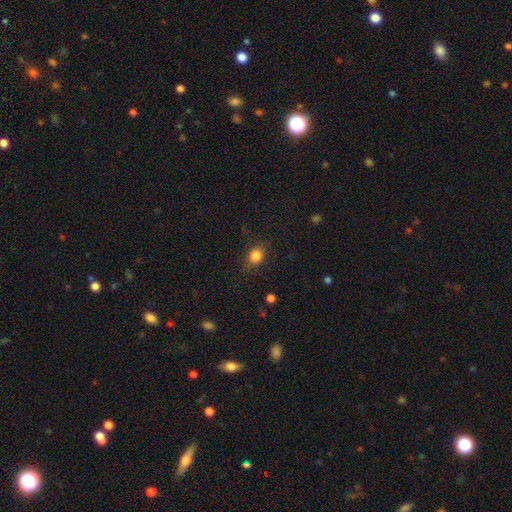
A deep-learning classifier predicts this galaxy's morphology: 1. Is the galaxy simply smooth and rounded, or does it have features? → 84% smooth, 11% star or artifact, 5% featured or disk.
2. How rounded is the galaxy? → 58% round, 41% in between, 1% cigar-shaped.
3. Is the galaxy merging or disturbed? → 80% none, 14% minor disturbance, 5% major disturbance, 1% merger.